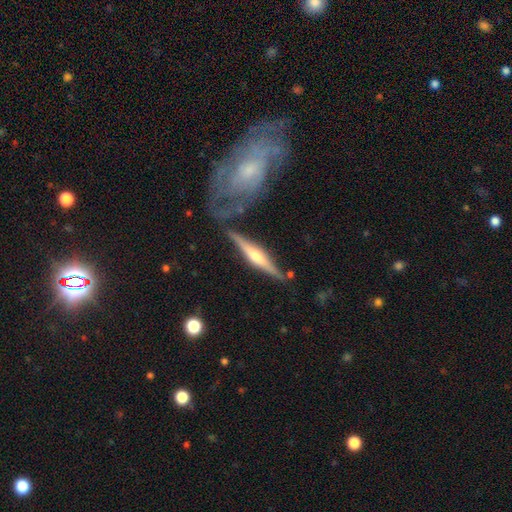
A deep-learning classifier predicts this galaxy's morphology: This is likely a featured or disk galaxy (74%). It is clearly viewed edge-on (95%). Edge-on bulge: clearly rounded (83%). Merging: likely none (74%).